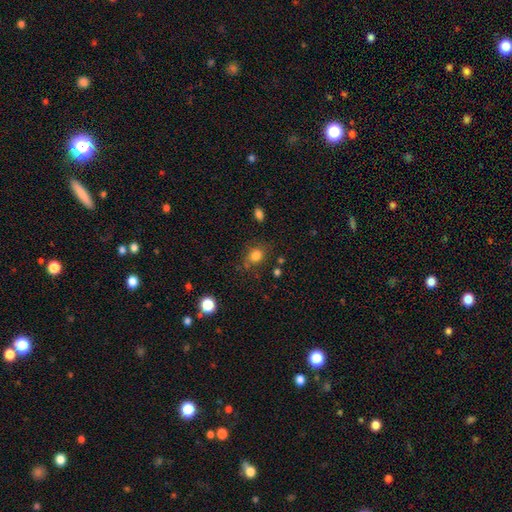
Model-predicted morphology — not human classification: smooth_or_featured: smooth (p=0.81) [alt: star or artifact p=0.12]
how_rounded: round (p=0.58) [alt: in between p=0.40]
merging: none (p=0.71) [alt: minor disturbance p=0.18]